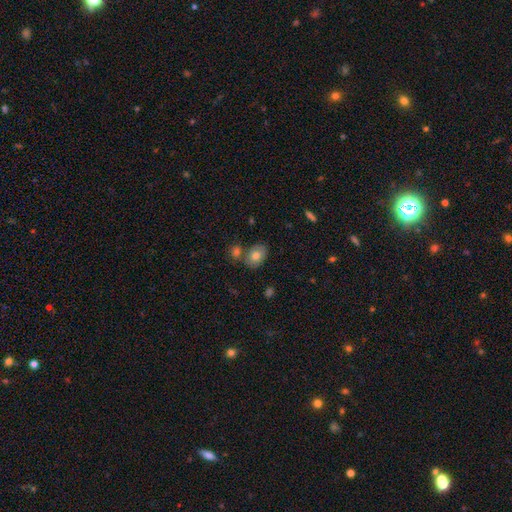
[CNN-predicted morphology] A smooth galaxy with no disk features (77%) that is in between round and cigar-shaped (75%). Merging: none (67%).